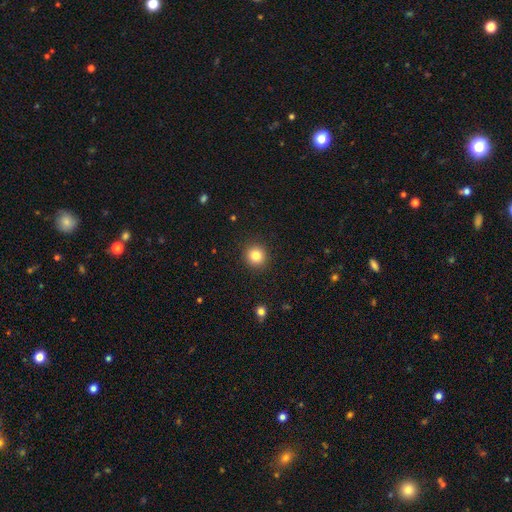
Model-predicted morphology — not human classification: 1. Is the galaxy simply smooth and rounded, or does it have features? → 83% smooth, 11% star or artifact, 6% featured or disk.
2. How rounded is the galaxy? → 93% round, 7% in between, 1% cigar-shaped.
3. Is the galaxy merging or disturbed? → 92% none, 5% minor disturbance, 2% major disturbance, 1% merger.